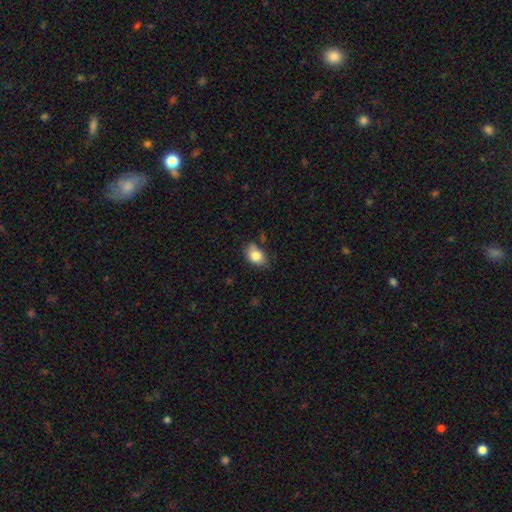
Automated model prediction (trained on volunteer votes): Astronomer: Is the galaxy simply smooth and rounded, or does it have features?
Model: smooth — 82%.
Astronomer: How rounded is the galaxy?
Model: in between — 71%.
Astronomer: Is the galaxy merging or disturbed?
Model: none — 63%.